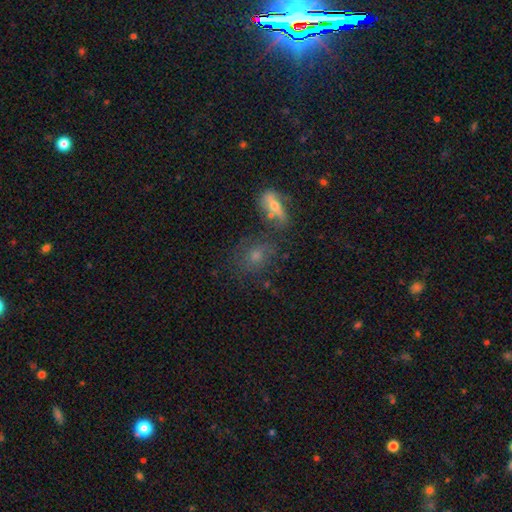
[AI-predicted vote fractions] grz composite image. It shows a smooth galaxy with no disk features (58%) that is round (56%). Merging: none (58%).